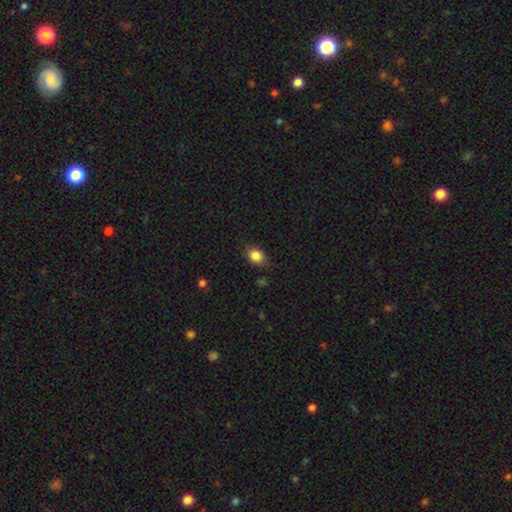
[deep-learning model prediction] Smooth or featured?
  - smooth: 85% *
  - star or artifact: 10%
  - featured or disk: 5%
How rounded?
  - in between: 56% *
  - round: 43%
  - cigar-shaped: 1%
Merging?
  - none: 82% *
  - minor disturbance: 14%
  - major disturbance: 3%
  - merger: 1%